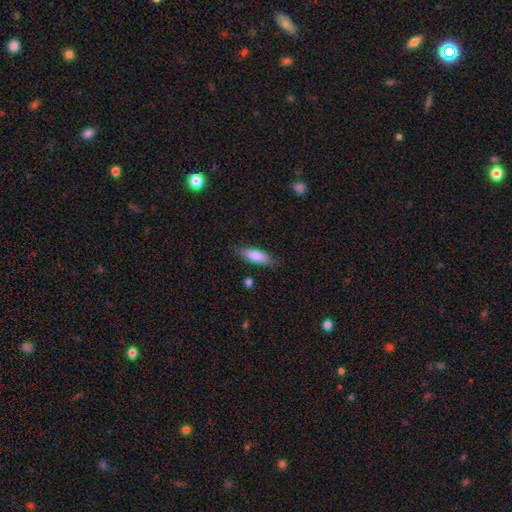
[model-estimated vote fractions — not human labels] A smooth galaxy with no disk features (83%) that is in between round and cigar-shaped (50%). Merging: none (82%).